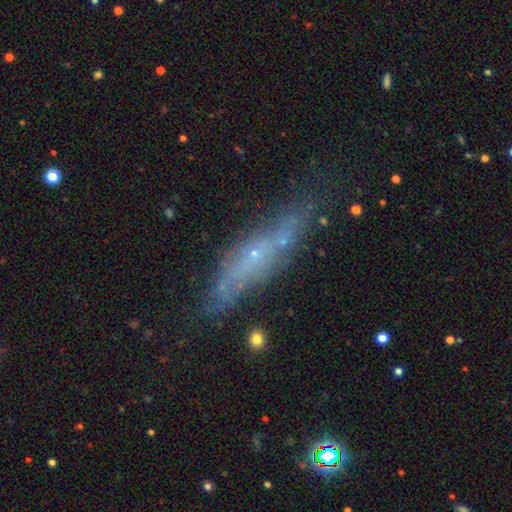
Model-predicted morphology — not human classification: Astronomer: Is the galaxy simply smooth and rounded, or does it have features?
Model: featured or disk — 55% (runner-up: smooth, 32%).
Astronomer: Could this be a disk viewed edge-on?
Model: yes — 65%.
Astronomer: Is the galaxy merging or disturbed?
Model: none — 69%.